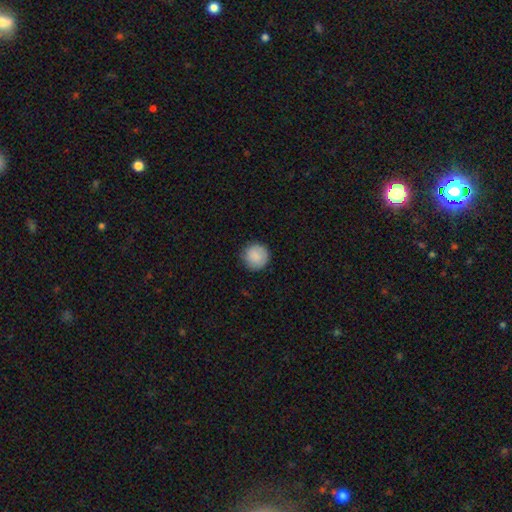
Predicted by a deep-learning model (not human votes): Morphology: type=smooth (87%); roundness=round (95%); merging=none (87%).